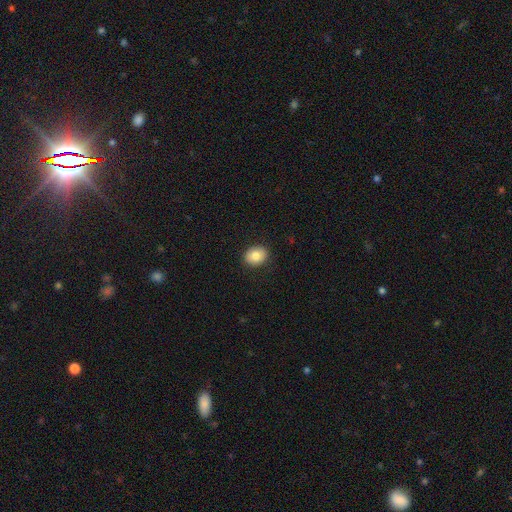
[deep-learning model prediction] This is clearly a smooth galaxy (83%). How rounded: possibly in between (50%). Merging: clearly none (90%).